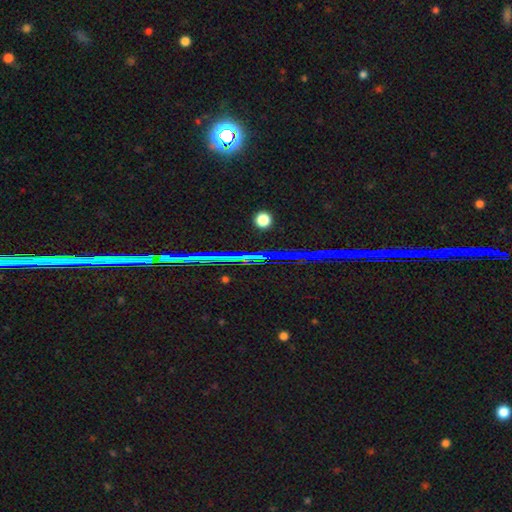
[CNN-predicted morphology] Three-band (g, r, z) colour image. It shows a star or artifact, not a galaxy (86%).